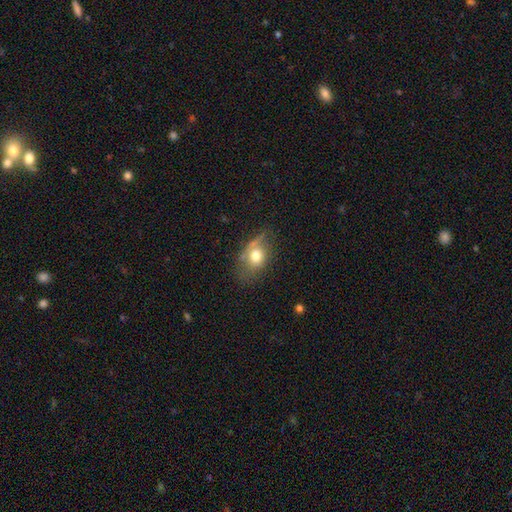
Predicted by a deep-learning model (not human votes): Morphology: type=smooth (68%); roundness=in between (66%); merging=none (44%).